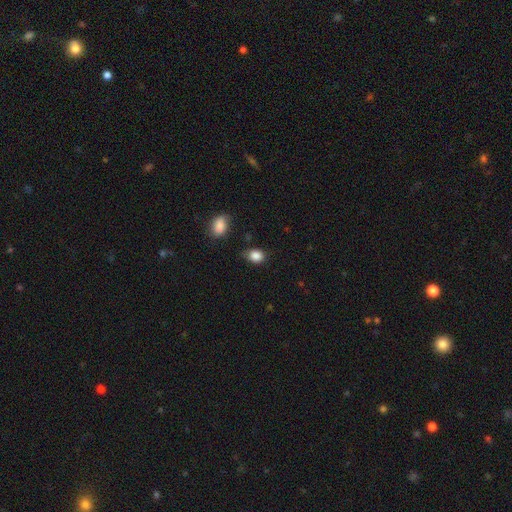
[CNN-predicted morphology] Smooth or featured? Predicted: smooth (p=0.86). How rounded? Predicted: in between (p=0.52). Merging? Predicted: none (p=0.69).